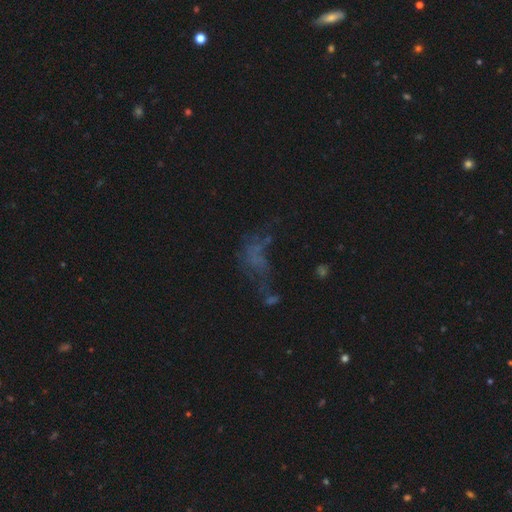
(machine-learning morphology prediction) Q: Smooth or featured?
A: featured or disk (35%); runner-up: smooth (33%)
Q: Merging?
A: major disturbance (40%); runner-up: none (30%)